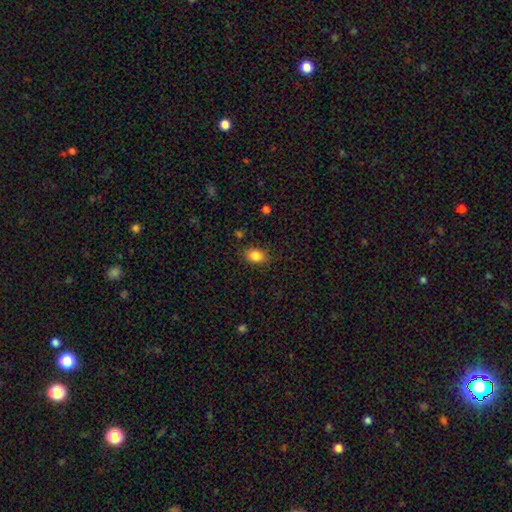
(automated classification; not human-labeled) The model was most divided on "how rounded": in between: 76%, round: 23%, cigar-shaped: 1%. More confident: smooth or featured — smooth (85%); merging — none (83%).